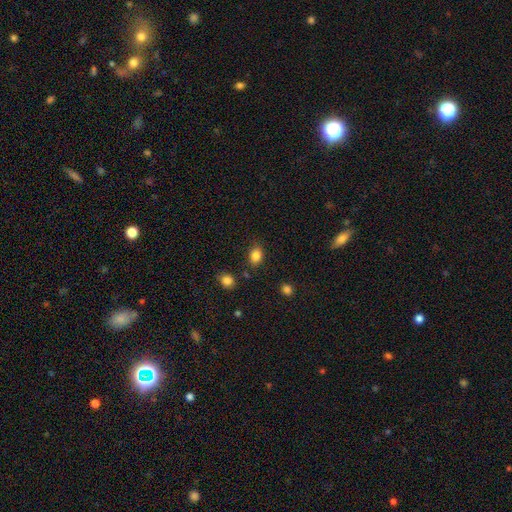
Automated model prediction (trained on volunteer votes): Smooth or featured: smooth — 85% (star or artifact — 10%)
How rounded: in between — 67% (round — 31%)
Merging: none — 80% (minor disturbance — 13%)